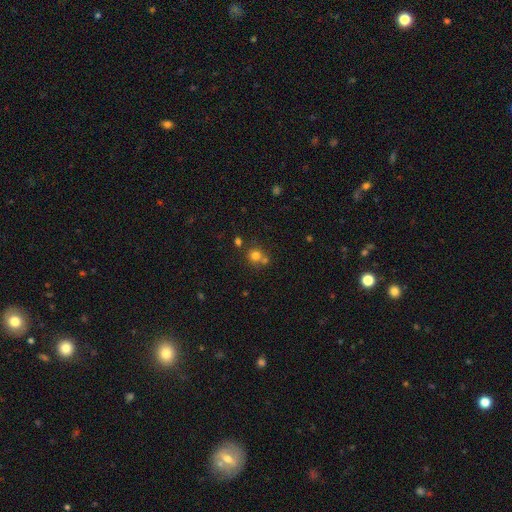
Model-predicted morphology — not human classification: smooth 75%, star or artifact 16%, featured or disk 9%. Down the decision tree: how rounded — round (88%); merging — none (59%).